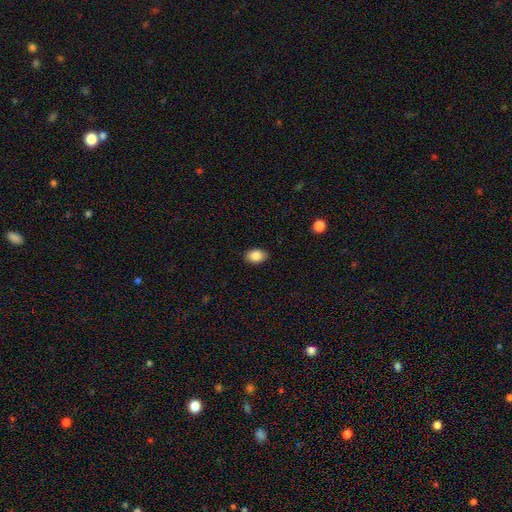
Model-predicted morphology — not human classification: A smooth galaxy with no disk features (87%) that is in between round and cigar-shaped (86%). Merging: none (89%).